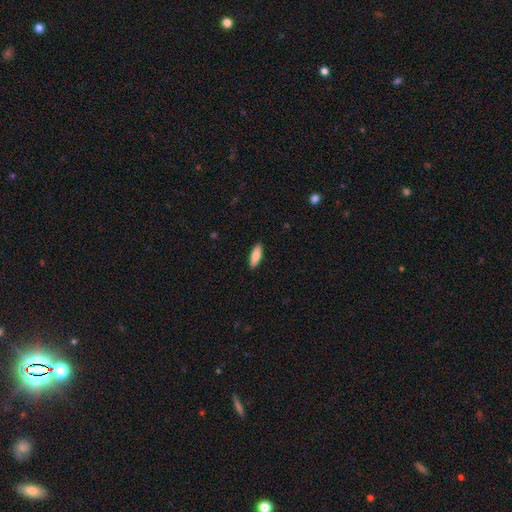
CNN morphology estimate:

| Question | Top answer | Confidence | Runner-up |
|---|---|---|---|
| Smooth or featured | smooth | 85% | featured or disk (10%) |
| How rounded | in between | 62% | cigar-shaped (36%) |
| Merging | none | 90% | minor disturbance (7%) |